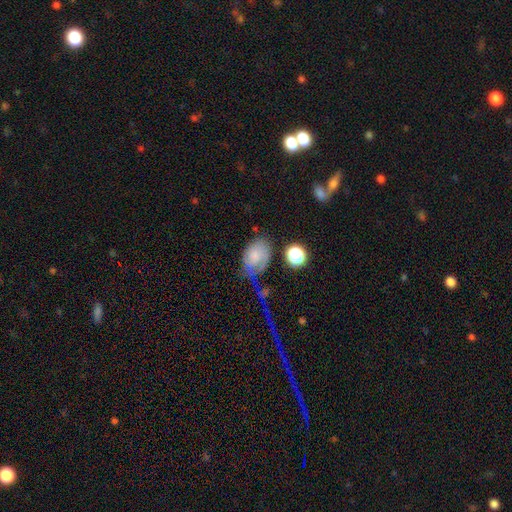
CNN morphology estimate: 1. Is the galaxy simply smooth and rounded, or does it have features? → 58% smooth, 30% featured or disk, 11% star or artifact.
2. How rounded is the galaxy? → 80% in between, 19% round, 1% cigar-shaped.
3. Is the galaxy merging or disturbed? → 46% none, 30% minor disturbance, 18% major disturbance, 6% merger.